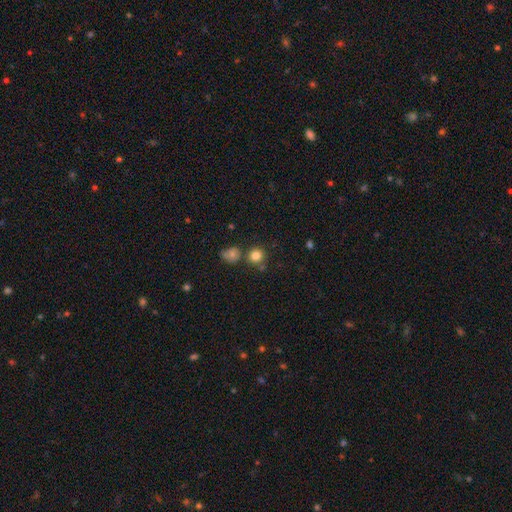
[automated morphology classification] Overall: smooth (81%). How rounded: round (90%). Merging: none (73%).